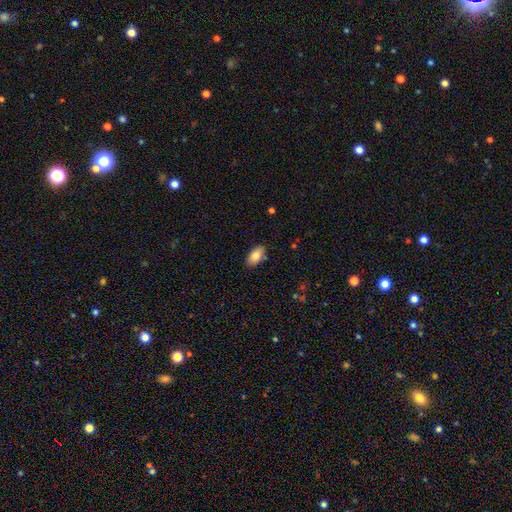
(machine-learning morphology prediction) smooth 84%, featured or disk 9%, star or artifact 7%. Down the decision tree: how rounded — in between (93%); merging — none (84%).